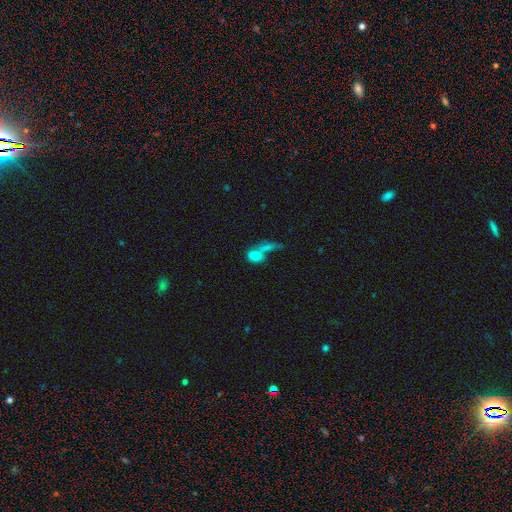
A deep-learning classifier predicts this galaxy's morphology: Q: Smooth or featured?
A: smooth (72%); runner-up: featured or disk (17%)
Q: How rounded?
A: in between (74%); runner-up: round (19%)
Q: Merging?
A: merger (49%); runner-up: none (25%)